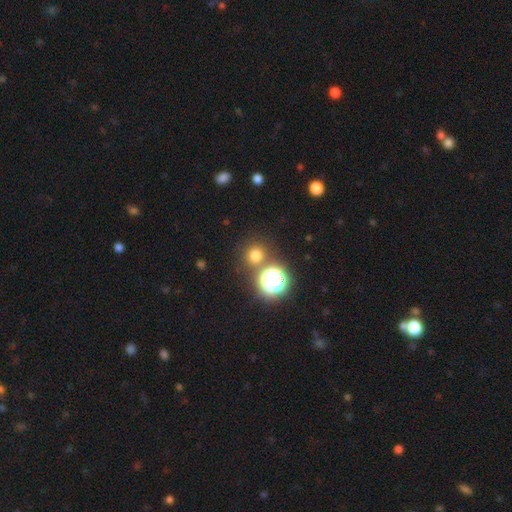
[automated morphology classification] Smooth or featured? Predicted: smooth (p=0.68). How rounded? Predicted: round (p=0.93). Merging? Predicted: none (p=0.79).